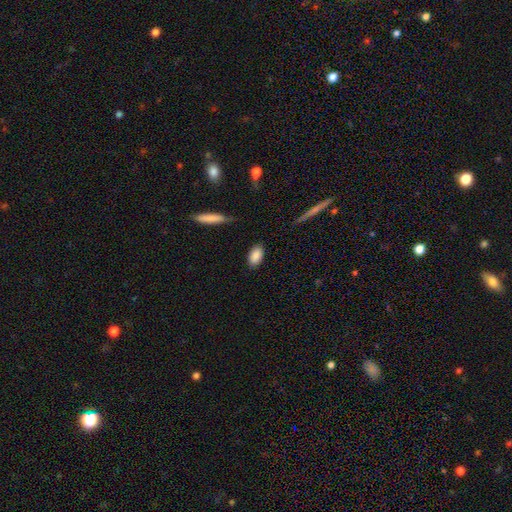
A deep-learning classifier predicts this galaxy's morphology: Overall: smooth (89%). How rounded: in between (92%). Merging: none (85%).